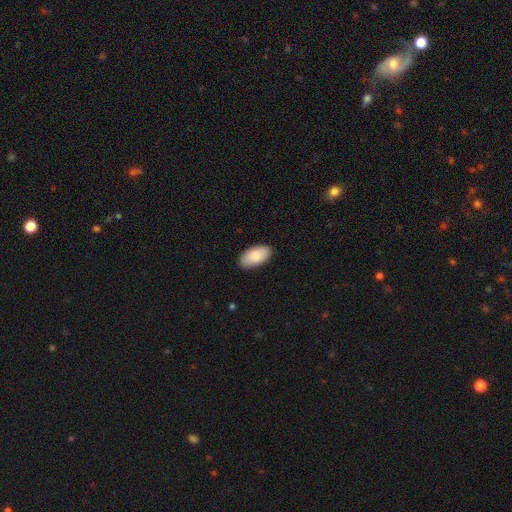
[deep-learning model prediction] smooth 81%, featured or disk 13%, star or artifact 6%. Down the decision tree: how rounded — in between (96%); merging — none (87%).